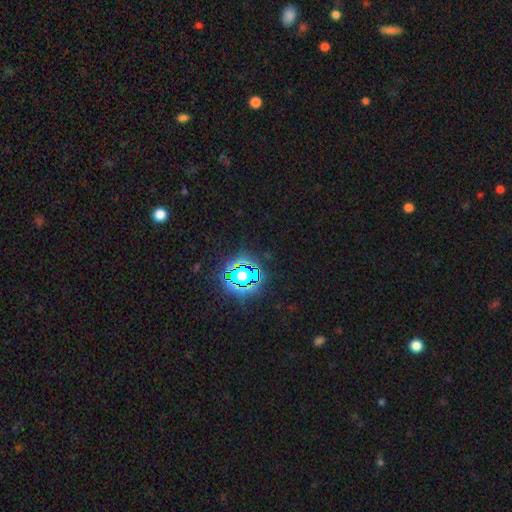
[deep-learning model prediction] A star or artifact, not a galaxy (82%).